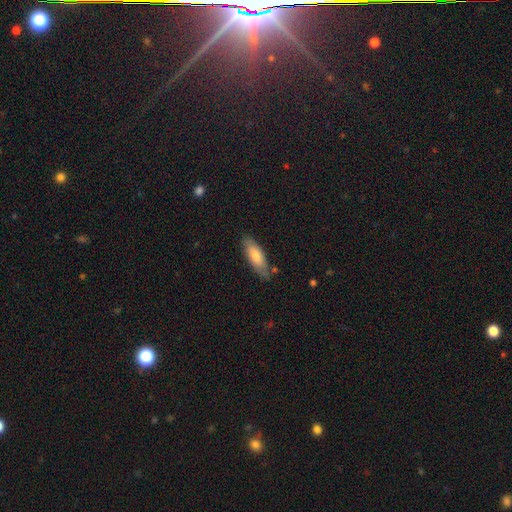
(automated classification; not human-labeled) A smooth galaxy with no disk features (78%) that is in between round and cigar-shaped (62%). Merging: none (74%).